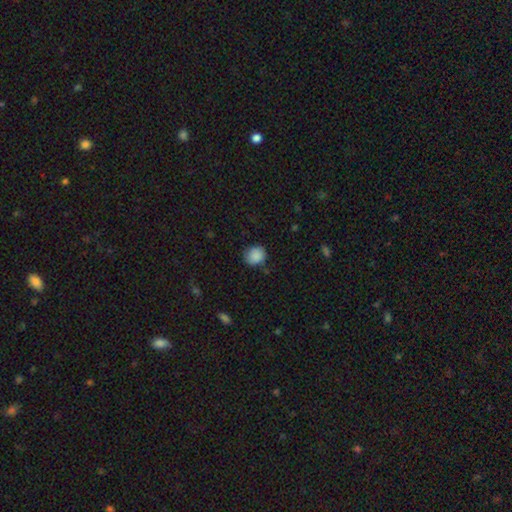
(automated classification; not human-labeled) Smooth or featured: smooth — 88% (star or artifact — 8%)
How rounded: round — 79% (in between — 20%)
Merging: none — 79% (minor disturbance — 16%)